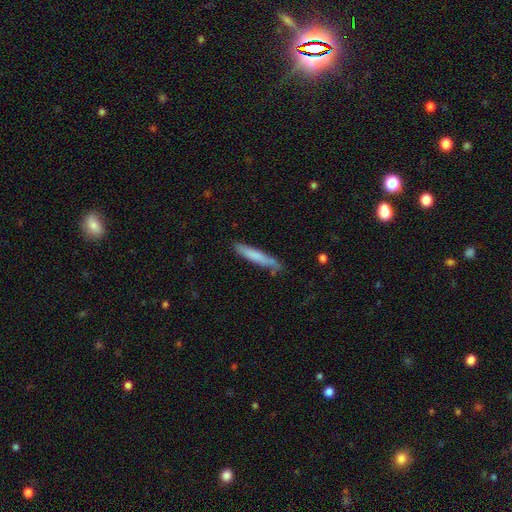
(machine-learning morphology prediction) This is likely a smooth galaxy (73%). How rounded: clearly cigar-shaped (93%). Merging: likely none (75%).